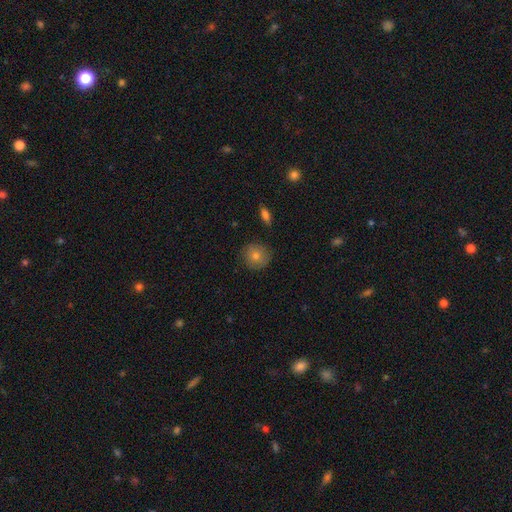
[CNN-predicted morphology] Smooth or featured?
  - smooth: 75% *
  - featured or disk: 15%
  - star or artifact: 10%
How rounded?
  - round: 92% *
  - in between: 7%
  - cigar-shaped: 1%
Merging?
  - none: 87% *
  - minor disturbance: 10%
  - major disturbance: 2%
  - merger: 1%